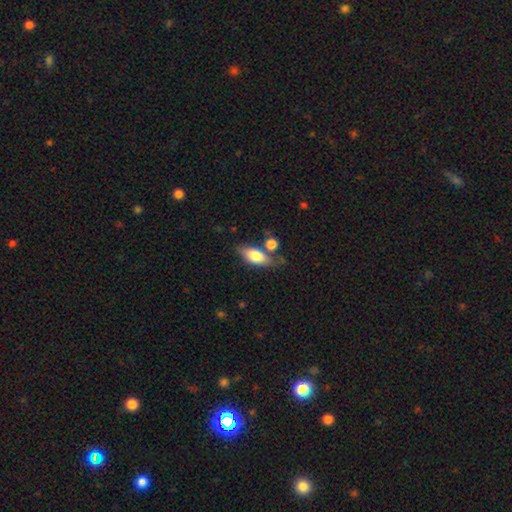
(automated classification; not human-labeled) Q: Smooth or featured?
A: smooth (77%); runner-up: featured or disk (16%)
Q: How rounded?
A: in between (83%); runner-up: cigar-shaped (12%)
Q: Merging?
A: none (61%); runner-up: minor disturbance (19%)